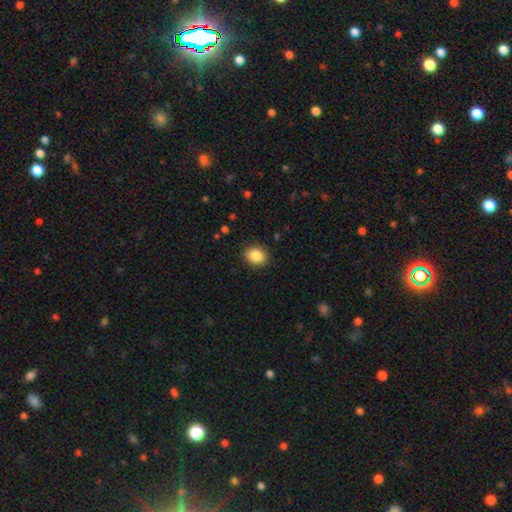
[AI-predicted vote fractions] This is clearly a smooth galaxy (87%). How rounded: likely round (65%). Merging: clearly none (89%).